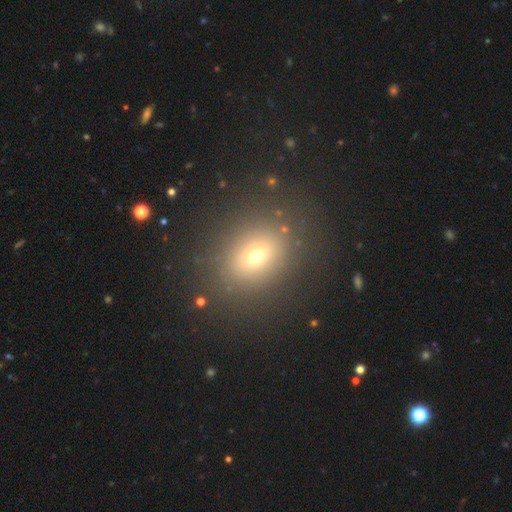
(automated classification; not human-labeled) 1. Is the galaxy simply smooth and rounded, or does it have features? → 63% smooth, 24% star or artifact, 14% featured or disk.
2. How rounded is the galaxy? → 54% round, 45% in between, 2% cigar-shaped.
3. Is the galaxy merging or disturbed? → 85% none, 9% minor disturbance, 5% major disturbance, 2% merger.